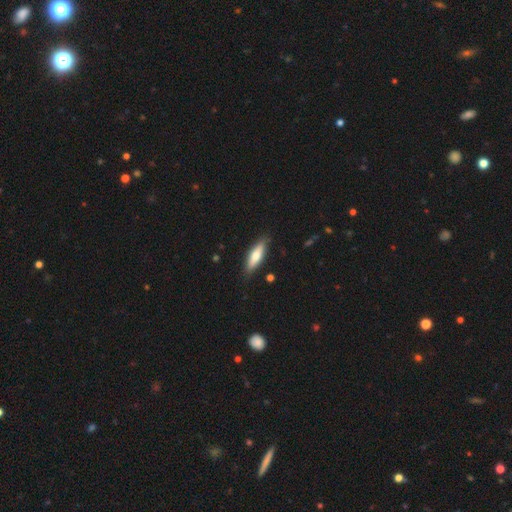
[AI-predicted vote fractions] Smooth or featured? smooth (65%)
How rounded? cigar-shaped (57%)
Merging? none (85%)